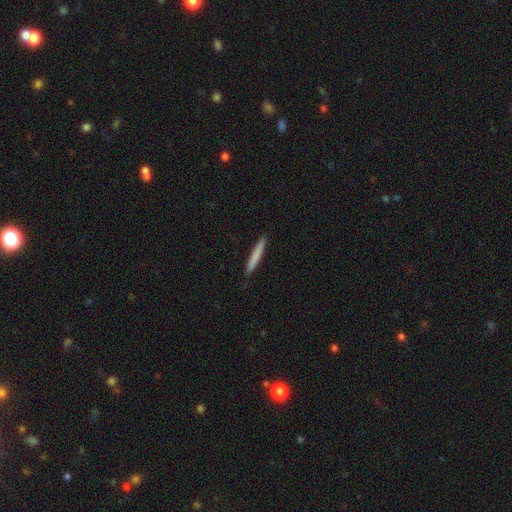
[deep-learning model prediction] This is likely a smooth galaxy (77%). How rounded: clearly cigar-shaped (96%). Merging: clearly none (89%).